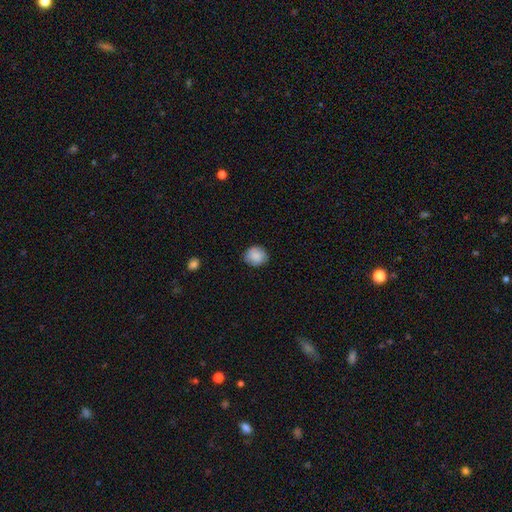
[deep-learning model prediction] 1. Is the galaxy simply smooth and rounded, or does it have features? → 85% smooth, 7% star or artifact, 7% featured or disk.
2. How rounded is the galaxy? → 74% round, 26% in between, 1% cigar-shaped.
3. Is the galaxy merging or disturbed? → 82% none, 14% minor disturbance, 3% major disturbance, 1% merger.